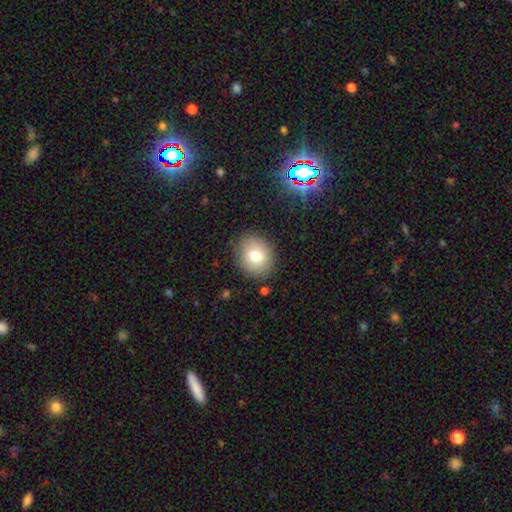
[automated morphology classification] This appears to be a smooth galaxy with no disk features (75%) that is round (60%). Merging: none (85%).